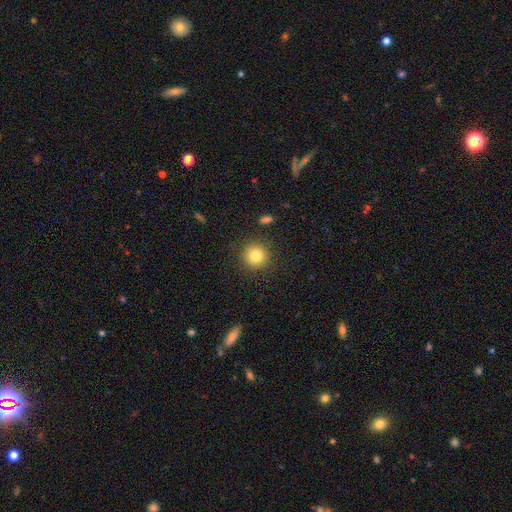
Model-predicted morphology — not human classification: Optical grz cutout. It shows a smooth galaxy with no disk features (82%) that is round (93%). Merging: none (89%).